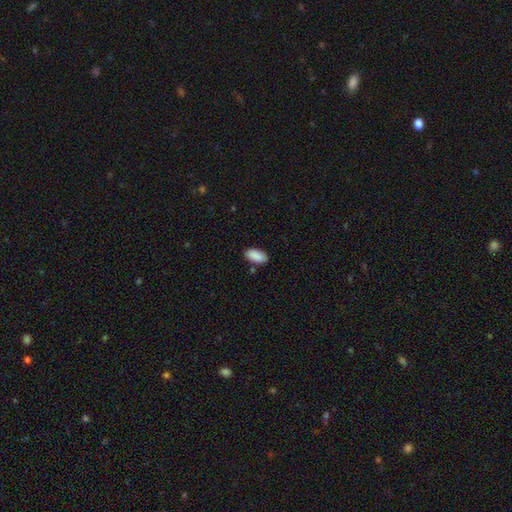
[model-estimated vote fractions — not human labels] Morphology: type=smooth (90%); roundness=in between (94%); merging=none (83%).